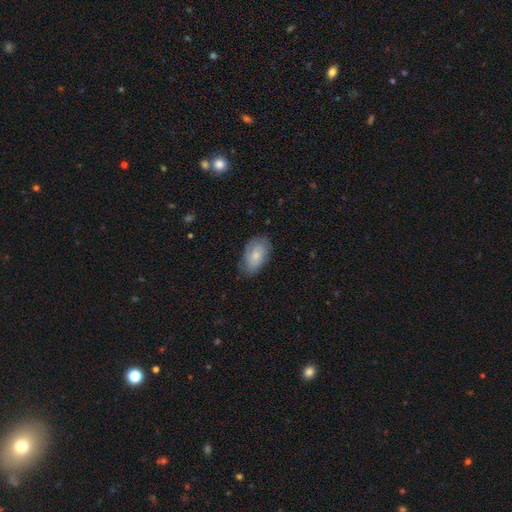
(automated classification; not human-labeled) Morphology: type=smooth (73%); roundness=in between (92%); merging=none (70%).